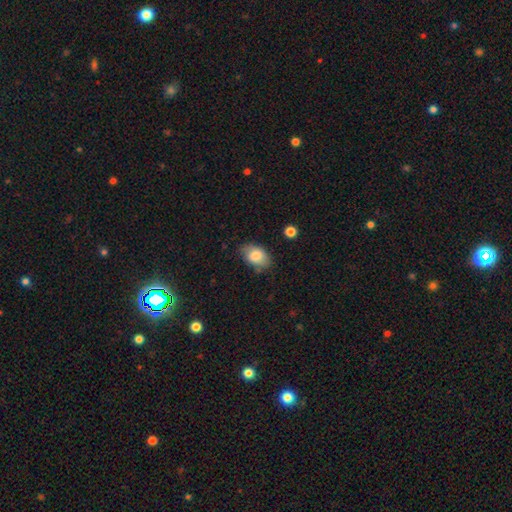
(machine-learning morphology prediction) smooth_or_featured: smooth (p=0.81) [alt: featured or disk p=0.11]
how_rounded: in between (p=0.87) [alt: round p=0.11]
merging: none (p=0.71) [alt: minor disturbance p=0.22]